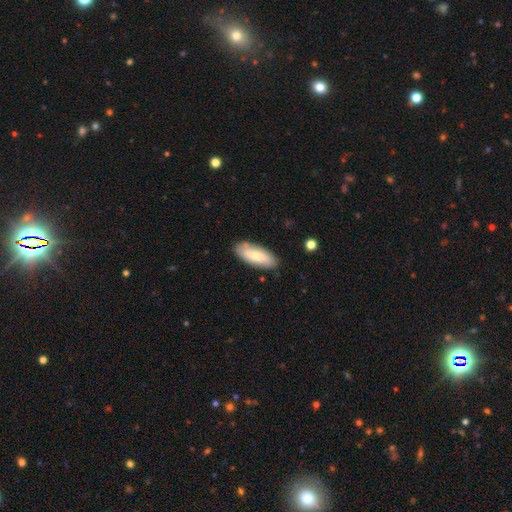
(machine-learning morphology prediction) A smooth galaxy with no disk features (69%) that is in between round and cigar-shaped (79%). Merging: none (83%).